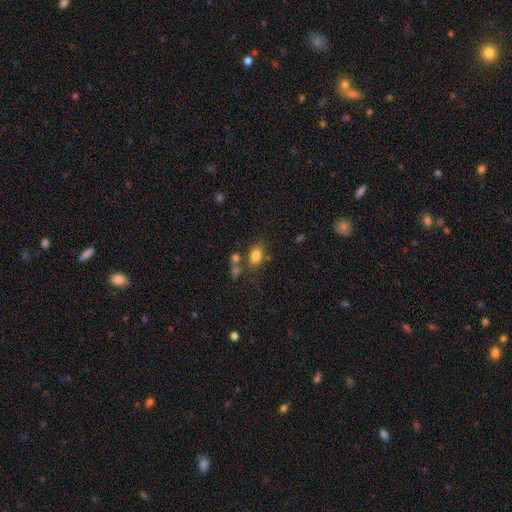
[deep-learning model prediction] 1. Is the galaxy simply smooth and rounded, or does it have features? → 81% smooth, 10% star or artifact, 8% featured or disk.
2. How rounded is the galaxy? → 80% in between, 18% round, 2% cigar-shaped.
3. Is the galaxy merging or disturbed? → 64% none, 16% merger, 14% minor disturbance, 6% major disturbance.